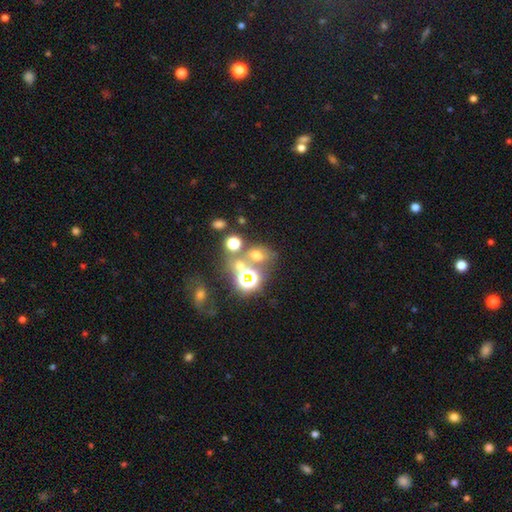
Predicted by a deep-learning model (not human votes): Smooth or featured?
  - smooth: 49% *
  - star or artifact: 37%
  - featured or disk: 14%
Merging?
  - none: 51% *
  - merger: 31%
  - minor disturbance: 11%
  - major disturbance: 8%